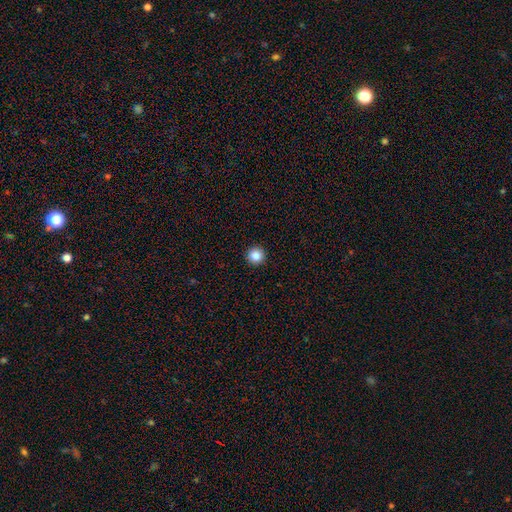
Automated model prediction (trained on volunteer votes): The model was most divided on "smooth or featured": smooth: 86%, star or artifact: 10%, featured or disk: 3%. More confident: how rounded — round (96%); merging — none (93%).